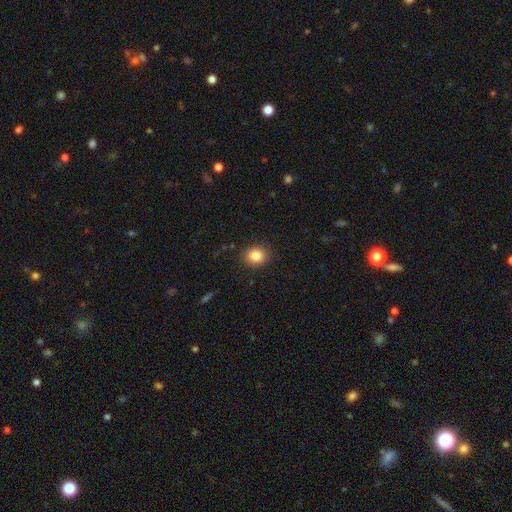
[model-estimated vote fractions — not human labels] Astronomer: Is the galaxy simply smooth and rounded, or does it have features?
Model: smooth — 84%.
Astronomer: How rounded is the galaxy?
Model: round — 77%.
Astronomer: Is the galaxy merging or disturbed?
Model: none — 89%.